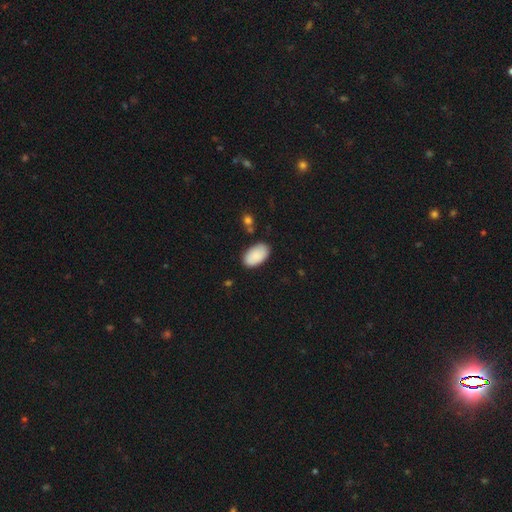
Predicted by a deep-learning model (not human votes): This is clearly a smooth galaxy (88%). How rounded: clearly in between (95%). Merging: clearly none (84%).